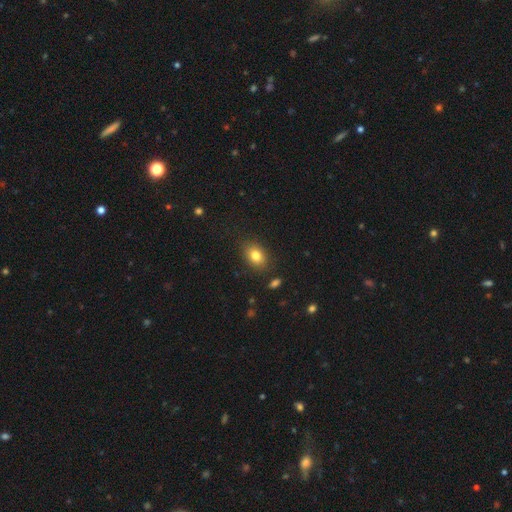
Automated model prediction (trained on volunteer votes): This appears to be a smooth galaxy with no disk features (81%) that is in between round and cigar-shaped (72%). Merging: none (84%).